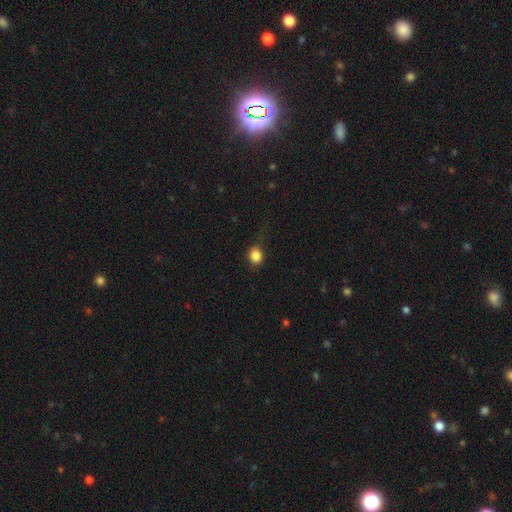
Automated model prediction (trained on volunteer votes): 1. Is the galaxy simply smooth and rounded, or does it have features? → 85% smooth, 11% star or artifact, 4% featured or disk.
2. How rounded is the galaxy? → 76% round, 23% in between, 1% cigar-shaped.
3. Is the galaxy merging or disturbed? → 73% none, 19% minor disturbance, 7% major disturbance, 1% merger.